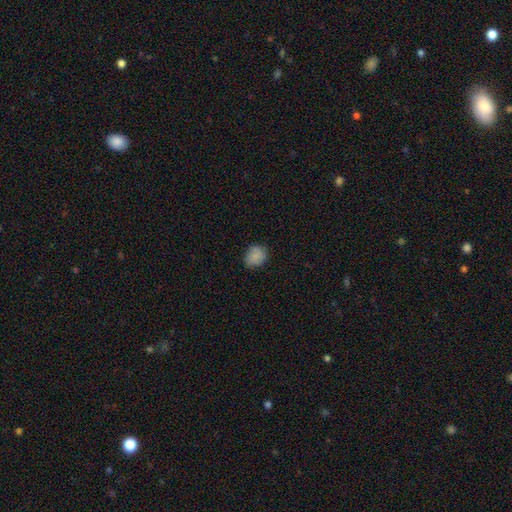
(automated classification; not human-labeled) Smooth or featured: smooth — 83% (star or artifact — 9%)
How rounded: round — 58% (in between — 41%)
Merging: none — 78% (minor disturbance — 18%)